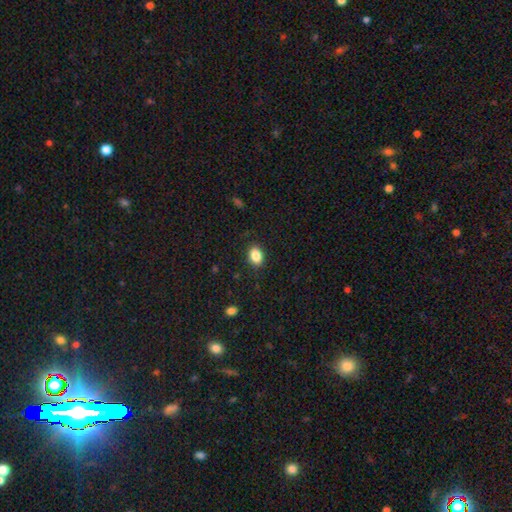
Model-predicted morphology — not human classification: A smooth galaxy with no disk features (86%) that is in between round and cigar-shaped (72%).

Vote fractions:
- Smooth or featured? smooth: 86% / star or artifact: 9% / featured or disk: 5%
- How rounded? in between: 72% / round: 27% / cigar-shaped: 1%
- Merging? none: 87% / minor disturbance: 9% / major disturbance: 2% / merger: 1%